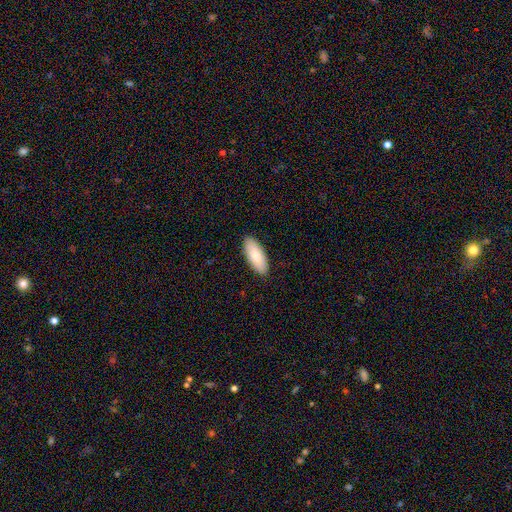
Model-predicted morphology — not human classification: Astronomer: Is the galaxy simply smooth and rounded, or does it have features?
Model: smooth — 86%.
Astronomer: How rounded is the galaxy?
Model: in between — 81%.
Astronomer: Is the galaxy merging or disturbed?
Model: none — 89%.